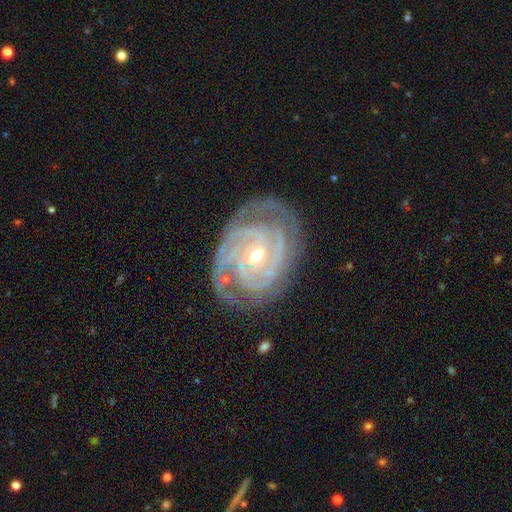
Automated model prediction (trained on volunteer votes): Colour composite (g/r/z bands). It shows a featured or disk galaxy (92%) with no bar (47%), 3 (32%) tight (79%) spiral arms (98%) and a moderate central bulge (51%). Merging: none (78%).